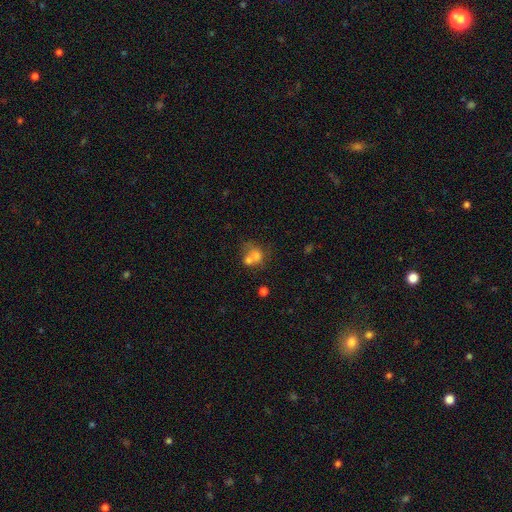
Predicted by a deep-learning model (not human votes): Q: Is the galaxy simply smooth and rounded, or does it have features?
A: smooth — 69%.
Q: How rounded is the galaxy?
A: round — 66%.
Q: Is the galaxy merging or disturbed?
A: merger — 55%.